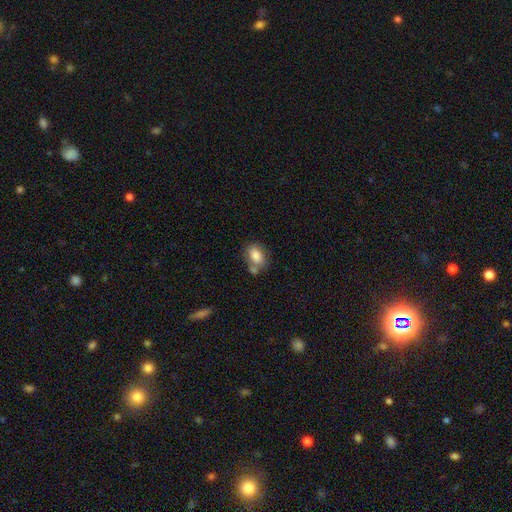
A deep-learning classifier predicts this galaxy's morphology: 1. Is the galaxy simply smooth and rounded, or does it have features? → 80% smooth, 12% featured or disk, 8% star or artifact.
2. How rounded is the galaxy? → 83% in between, 15% round, 2% cigar-shaped.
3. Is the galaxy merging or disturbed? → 53% none, 25% merger, 17% minor disturbance, 5% major disturbance.